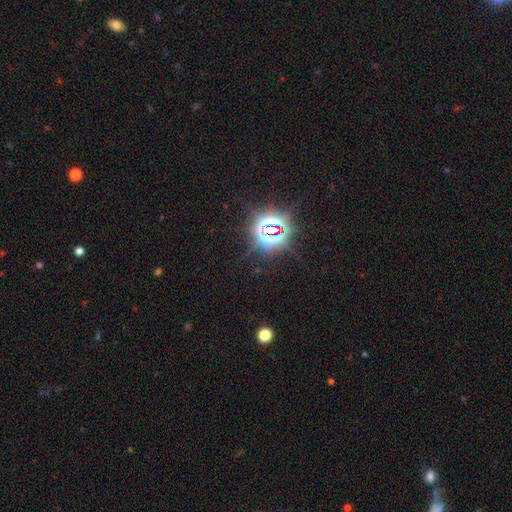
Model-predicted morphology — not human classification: Smooth or featured: star or artifact — 85% (smooth — 10%)